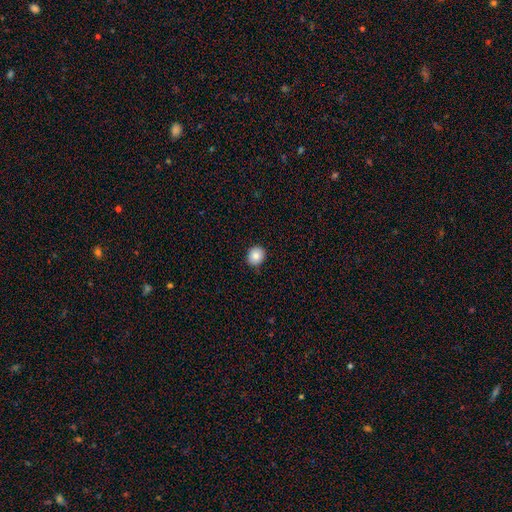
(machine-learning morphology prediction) Smooth or featured? Predicted: smooth (p=0.85). How rounded? Predicted: round (p=0.77). Merging? Predicted: none (p=0.88).